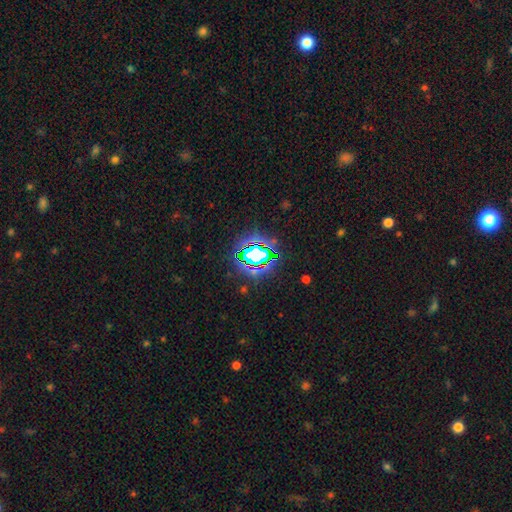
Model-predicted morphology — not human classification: type=star or artifact (70%).